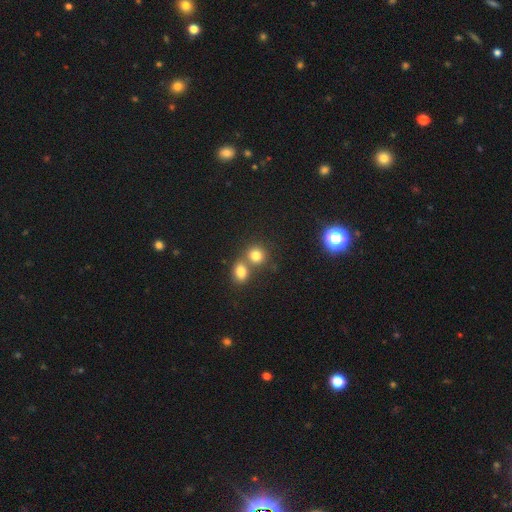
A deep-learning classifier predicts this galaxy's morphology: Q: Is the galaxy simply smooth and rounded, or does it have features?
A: smooth — 79%.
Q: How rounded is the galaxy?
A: round — 75%.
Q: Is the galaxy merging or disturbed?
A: none — 47%.